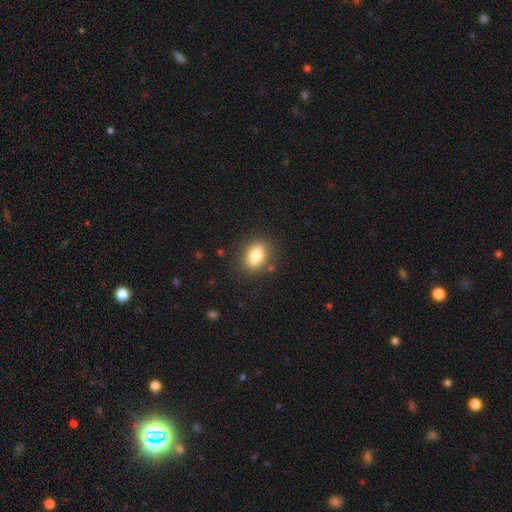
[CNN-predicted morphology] Smooth or featured? Predicted: smooth (p=0.82). How rounded? Predicted: in between (p=0.73). Merging? Predicted: none (p=0.84).